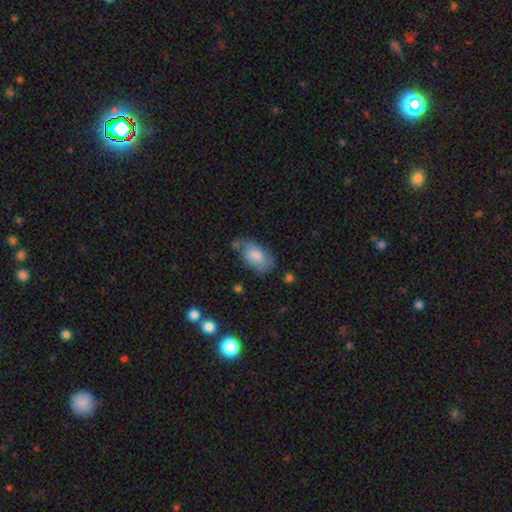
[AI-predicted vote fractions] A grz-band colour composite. It shows a smooth galaxy with no disk features (73%) that is in between round and cigar-shaped (93%). Merging: none (51%).